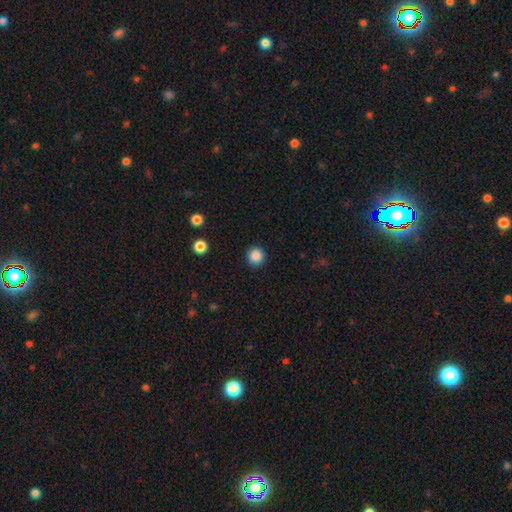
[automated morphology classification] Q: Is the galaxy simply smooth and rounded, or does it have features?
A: smooth — 87%.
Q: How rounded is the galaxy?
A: round — 94%.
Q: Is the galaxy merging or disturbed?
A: none — 92%.